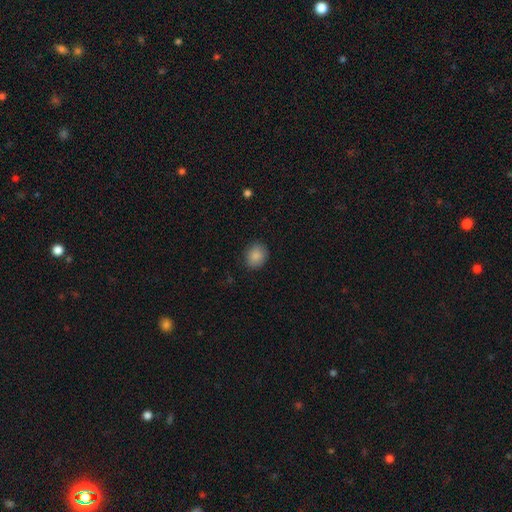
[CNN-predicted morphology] Smooth or featured? smooth (88%)
How rounded? round (64%)
Merging? none (87%)